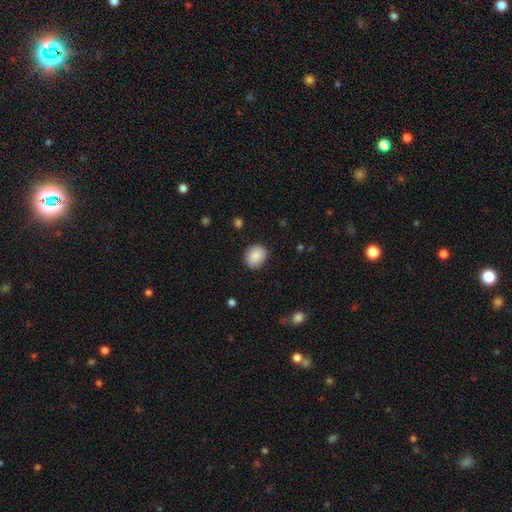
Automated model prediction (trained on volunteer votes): This appears to be a smooth galaxy with no disk features (88%) that is round (56%). Merging: none (86%).